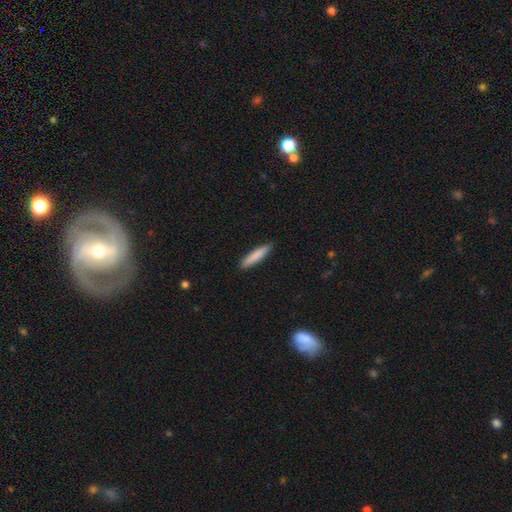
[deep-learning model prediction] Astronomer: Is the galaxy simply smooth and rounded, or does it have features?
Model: smooth — 84%.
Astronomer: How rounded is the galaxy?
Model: cigar-shaped — 87%.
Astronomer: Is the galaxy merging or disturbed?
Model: none — 90%.